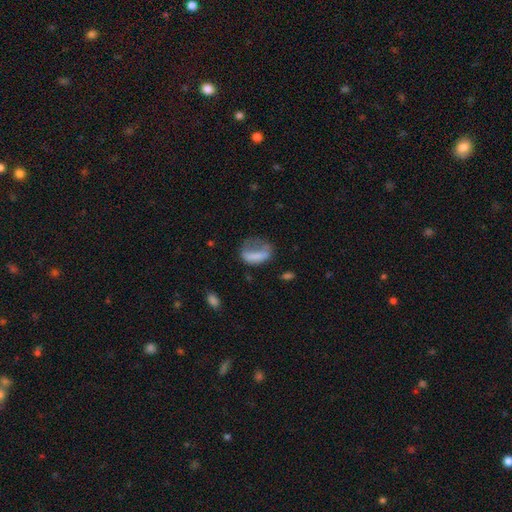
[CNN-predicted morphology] smooth-or-featured: smooth: 64% | featured or disk: 26% | star or artifact: 10%
  how-rounded: in between: 77% | round: 15% | cigar-shaped: 8%
  merging: major disturbance: 47% | none: 25% | minor disturbance: 22% | merger: 5%